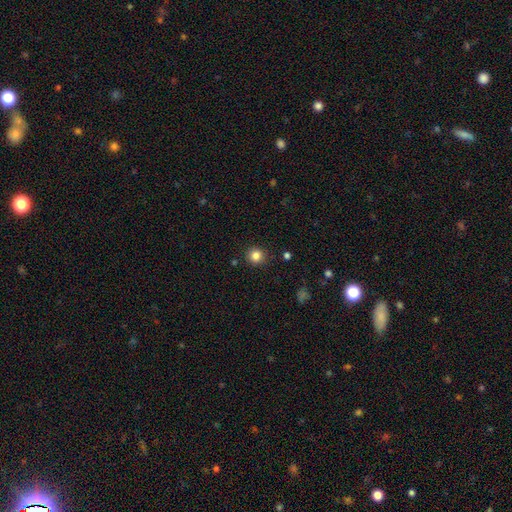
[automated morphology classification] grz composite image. It shows a smooth galaxy with no disk features (83%) that is round (93%). Merging: none (90%).